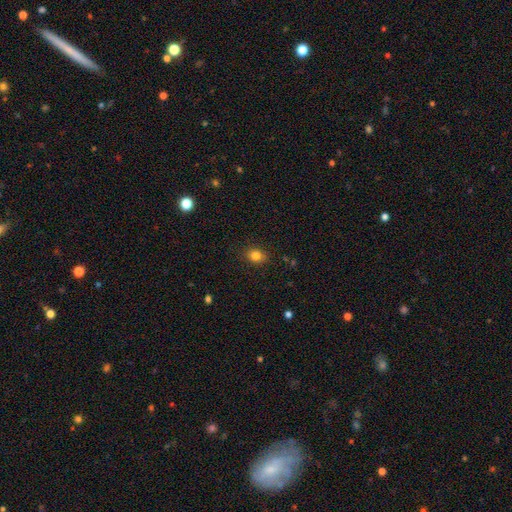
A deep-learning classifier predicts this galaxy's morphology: smooth 82%, star or artifact 11%, featured or disk 7%. Down the decision tree: how rounded — round (51%); merging — none (87%).